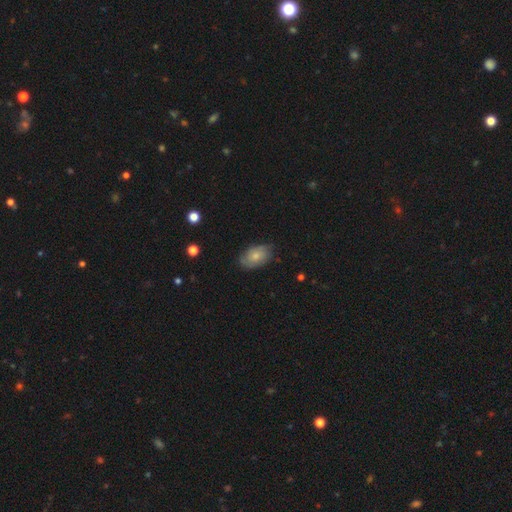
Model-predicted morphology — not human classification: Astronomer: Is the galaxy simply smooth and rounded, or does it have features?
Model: smooth — 63%.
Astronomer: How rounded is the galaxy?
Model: in between — 90%.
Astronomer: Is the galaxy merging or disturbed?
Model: none — 69%.